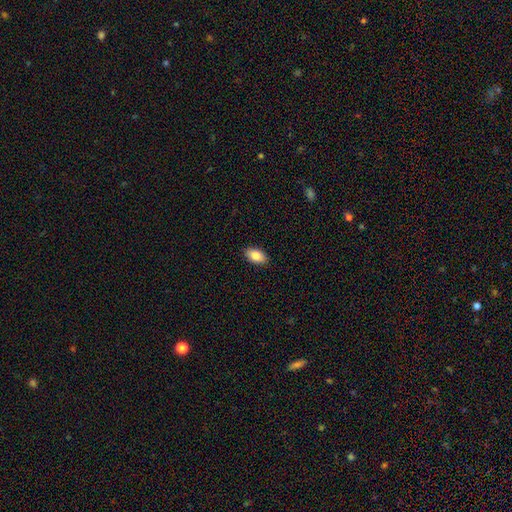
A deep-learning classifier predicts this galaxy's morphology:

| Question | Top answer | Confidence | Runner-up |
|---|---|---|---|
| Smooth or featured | smooth | 84% | featured or disk (9%) |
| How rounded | in between | 92% | round (6%) |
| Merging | none | 90% | minor disturbance (7%) |